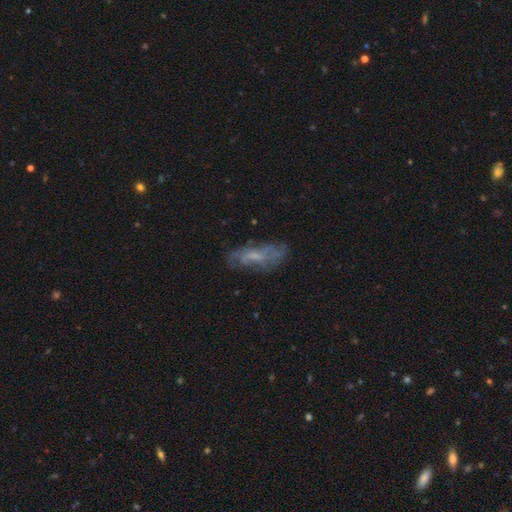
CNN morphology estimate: This appears to be a featured or disk galaxy (53%). Merging: none (66%).